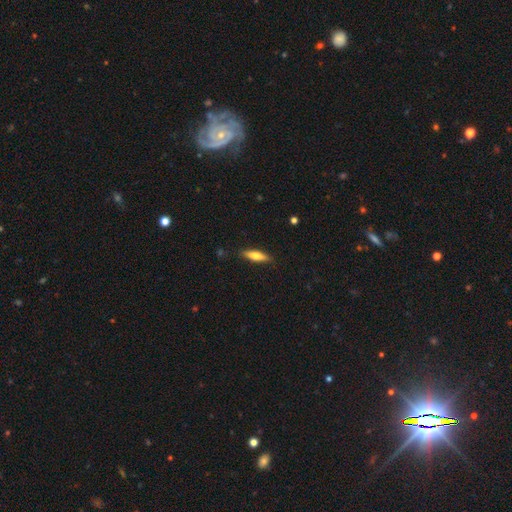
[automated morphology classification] A smooth galaxy with no disk features (68%) that is cigar-shaped (65%). Merging: none (86%).